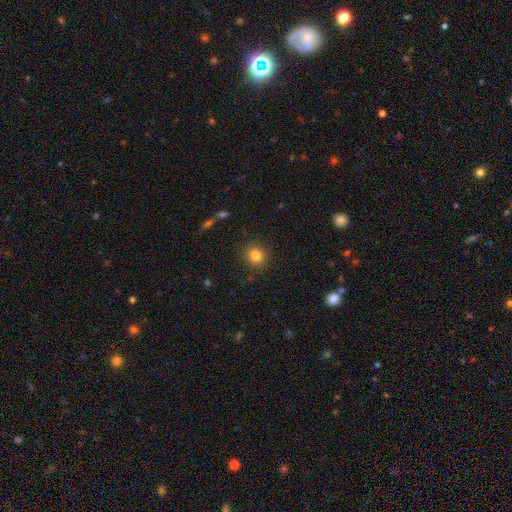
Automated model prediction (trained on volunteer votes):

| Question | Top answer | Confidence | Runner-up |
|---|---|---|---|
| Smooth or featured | smooth | 84% | star or artifact (11%) |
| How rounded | round | 85% | in between (14%) |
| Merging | none | 89% | minor disturbance (7%) |